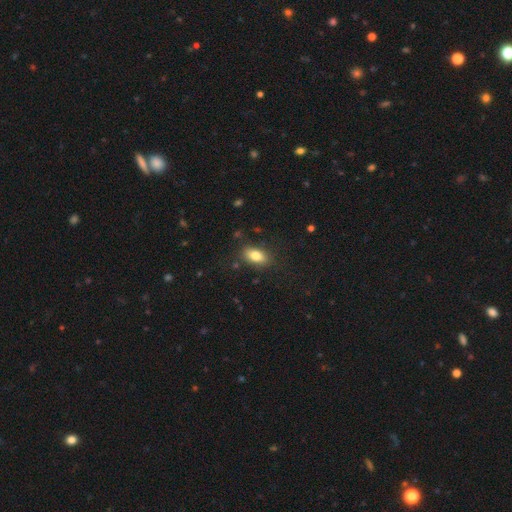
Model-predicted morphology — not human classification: smooth-or-featured: smooth: 80% | featured or disk: 12% | star or artifact: 9%
  how-rounded: in between: 88% | round: 7% | cigar-shaped: 5%
  merging: none: 83% | minor disturbance: 12% | major disturbance: 3% | merger: 2%